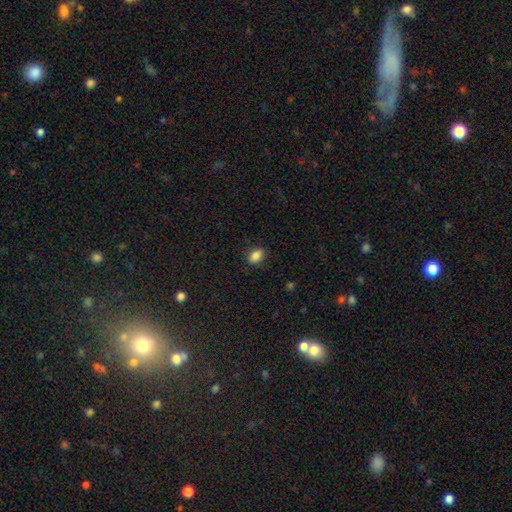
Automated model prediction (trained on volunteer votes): smooth_or_featured: smooth (p=0.86) [alt: star or artifact p=0.10]
how_rounded: in between (p=0.75) [alt: round p=0.23]
merging: none (p=0.85) [alt: minor disturbance p=0.11]